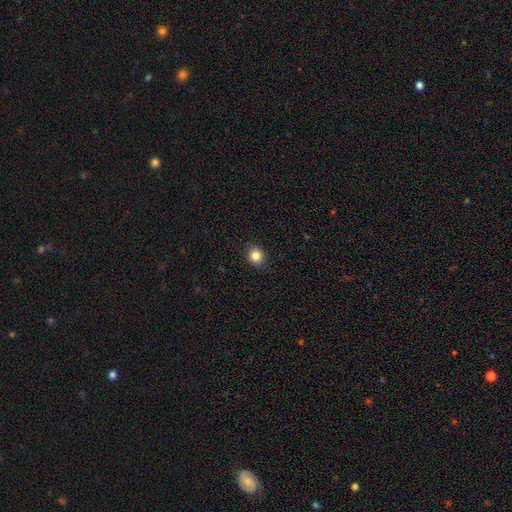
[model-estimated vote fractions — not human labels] This is clearly a smooth galaxy (85%). How rounded: clearly round (81%). Merging: clearly none (90%).